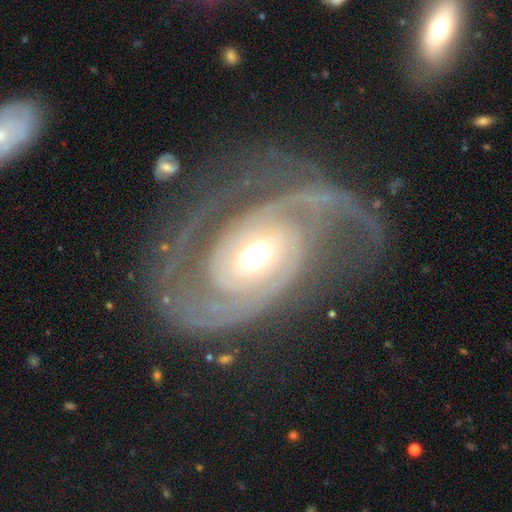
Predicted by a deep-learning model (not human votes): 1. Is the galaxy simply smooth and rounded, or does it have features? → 92% featured or disk, 4% smooth, 4% star or artifact.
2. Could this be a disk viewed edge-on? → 97% no, 3% yes.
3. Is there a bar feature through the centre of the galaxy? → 61% no, 27% weak, 13% strong.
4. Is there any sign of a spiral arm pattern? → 97% yes, 3% no.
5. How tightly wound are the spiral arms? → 46% tight, 39% medium, 15% loose.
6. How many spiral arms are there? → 67% 2, 11% 3, 9% can't tell, 5% 1, 4% 4, 4% more than 4.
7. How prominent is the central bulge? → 67% moderate, 18% large, 12% small, 2% dominant, 1% none.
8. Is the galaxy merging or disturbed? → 63% none, 18% major disturbance, 16% minor disturbance, 2% merger.